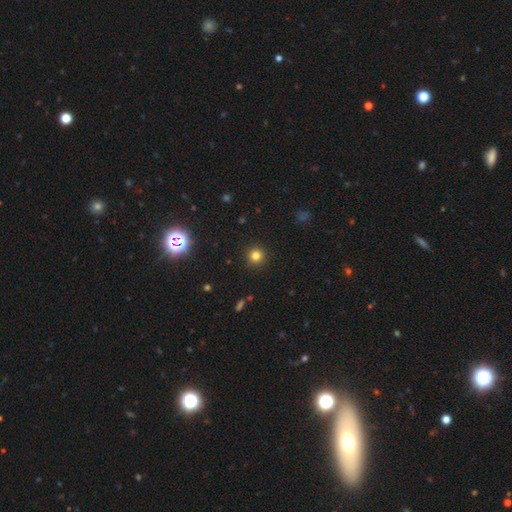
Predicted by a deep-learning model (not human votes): Morphology: type=smooth (80%); roundness=round (95%); merging=none (92%).